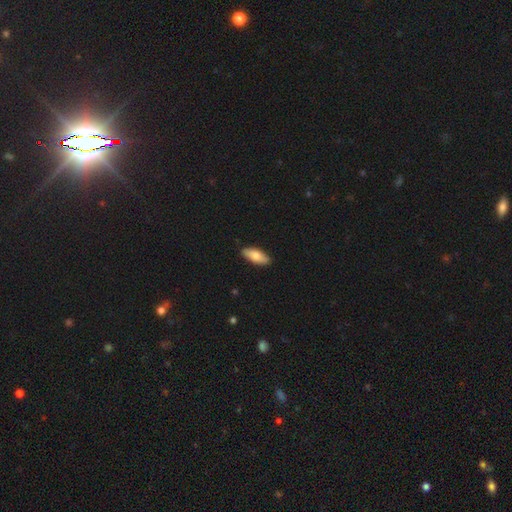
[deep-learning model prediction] This appears to be a smooth galaxy with no disk features (80%) that is in between round and cigar-shaped (79%). Merging: none (89%).